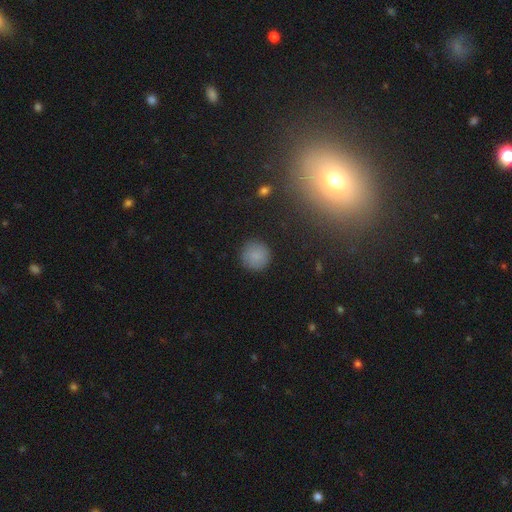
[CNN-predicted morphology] A smooth galaxy with no disk features (85%) that is round (95%). Merging: none (90%).